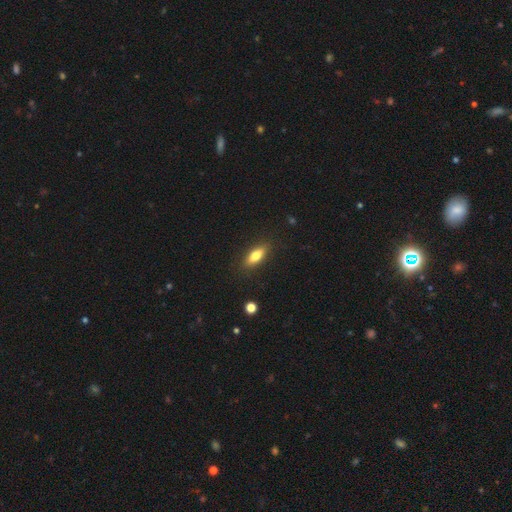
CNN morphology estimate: Smooth or featured? Predicted: smooth (p=0.74). How rounded? Predicted: in between (p=0.68). Merging? Predicted: none (p=0.87).